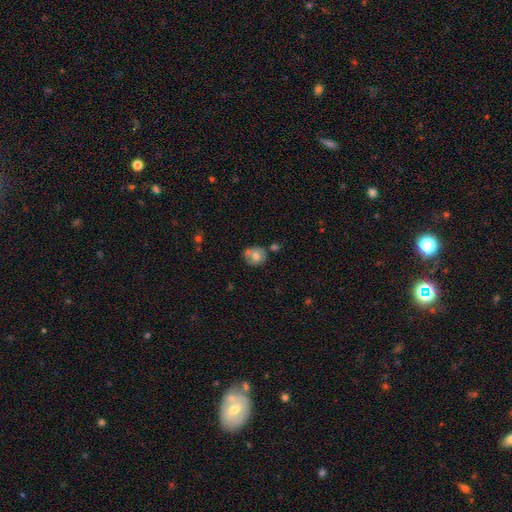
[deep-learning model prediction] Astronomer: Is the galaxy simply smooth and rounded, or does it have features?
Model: smooth — 65%.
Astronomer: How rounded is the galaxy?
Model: round — 73%.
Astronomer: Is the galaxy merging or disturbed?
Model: none — 52%.